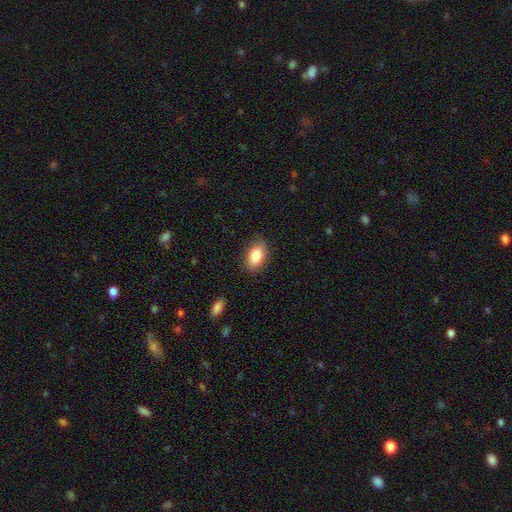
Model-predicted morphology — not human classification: Smooth or featured? smooth (86%)
How rounded? in between (91%)
Merging? none (84%)